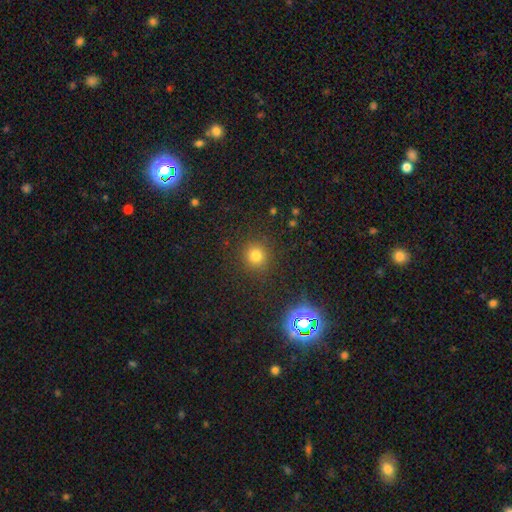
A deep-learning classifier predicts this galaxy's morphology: smooth 77%, star or artifact 17%, featured or disk 6%. Down the decision tree: how rounded — round (92%); merging — none (88%).